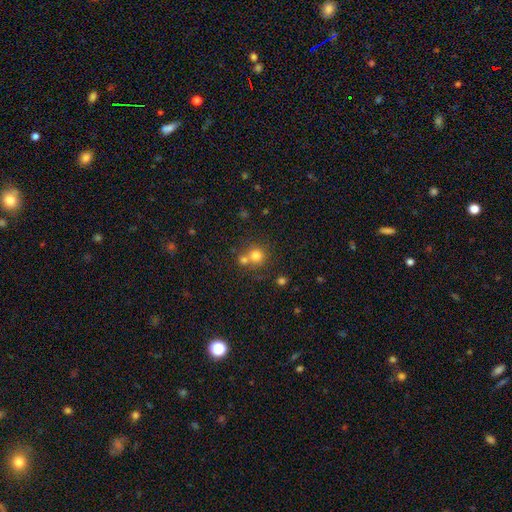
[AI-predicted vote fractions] smooth_or_featured: smooth (p=0.76) [alt: star or artifact p=0.13]
how_rounded: round (p=0.89) [alt: in between p=0.10]
merging: none (p=0.51) [alt: merger p=0.38]